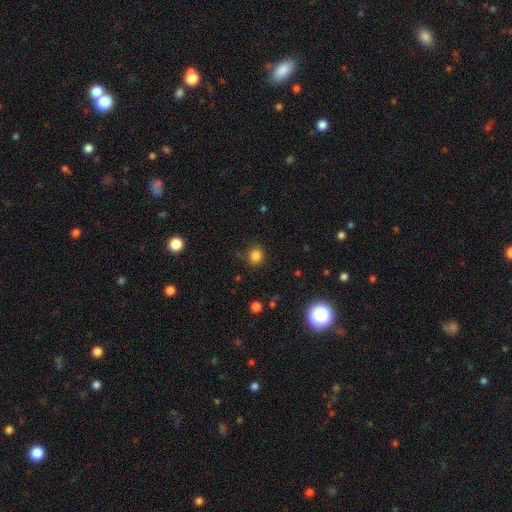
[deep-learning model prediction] Smooth or featured?
  - smooth: 83% *
  - star or artifact: 13%
  - featured or disk: 4%
How rounded?
  - round: 84% *
  - in between: 15%
  - cigar-shaped: 1%
Merging?
  - none: 84% *
  - minor disturbance: 11%
  - major disturbance: 3%
  - merger: 2%